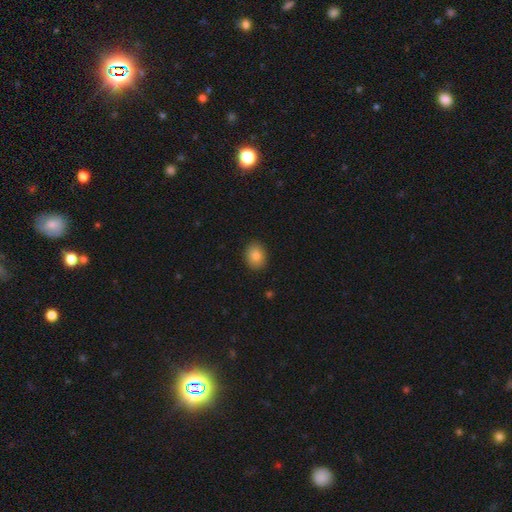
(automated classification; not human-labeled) Smooth or featured? smooth (86%)
How rounded? in between (58%)
Merging? none (89%)